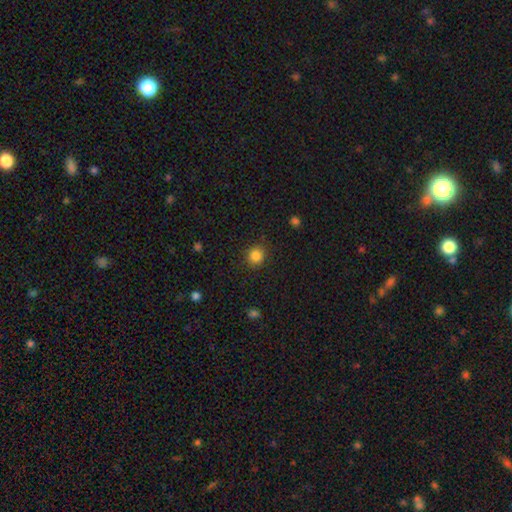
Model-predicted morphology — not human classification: A smooth galaxy with no disk features (85%) that is round (87%).

Vote fractions:
- Smooth or featured? smooth: 85% / star or artifact: 11% / featured or disk: 4%
- How rounded? round: 87% / in between: 12% / cigar-shaped: 1%
- Merging? none: 88% / minor disturbance: 8% / major disturbance: 3% / merger: 1%